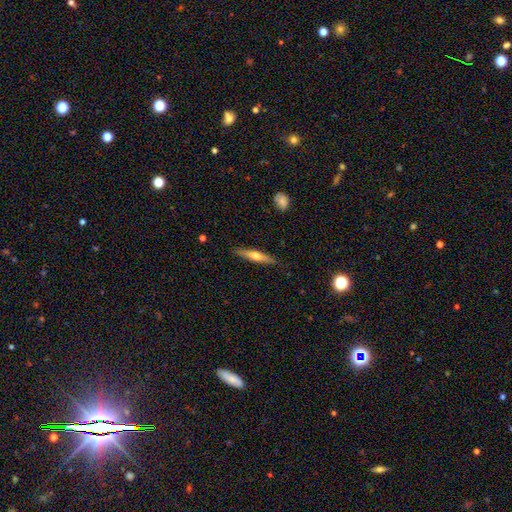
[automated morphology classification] Smooth or featured?
  - featured or disk: 50% *
  - smooth: 44%
  - star or artifact: 6%
Edge-on disk?
  - yes: 95% *
  - no: 5%
Merging?
  - none: 89% *
  - minor disturbance: 8%
  - major disturbance: 2%
  - merger: 1%